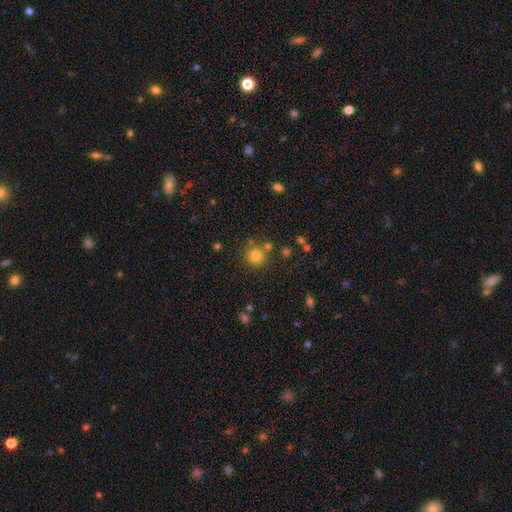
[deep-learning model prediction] smooth 80%, star or artifact 14%, featured or disk 6%. Down the decision tree: how rounded — round (93%); merging — none (76%).